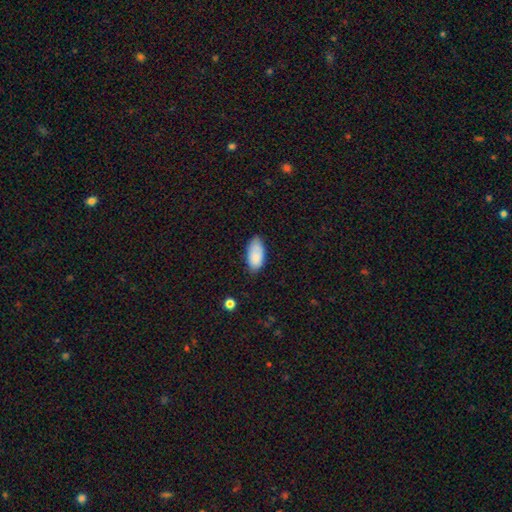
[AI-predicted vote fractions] Smooth or featured? Predicted: smooth (p=0.85). How rounded? Predicted: in between (p=0.94). Merging? Predicted: none (p=0.69).